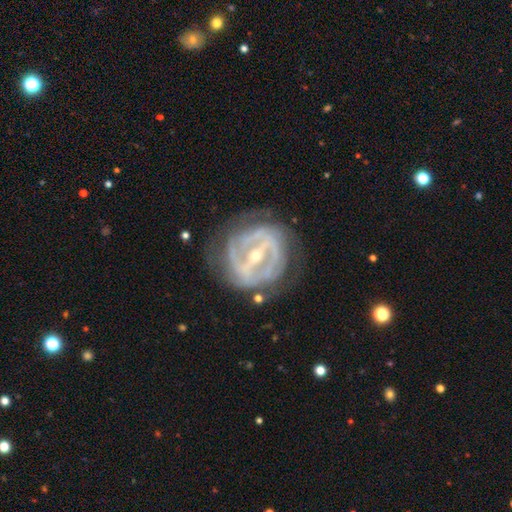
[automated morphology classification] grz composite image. It shows a featured or disk galaxy (89%) with a strong bar (73%), 2 (35%) tight (60%) spiral arms (84%) and a small central bulge (62%). Merging: none (70%).